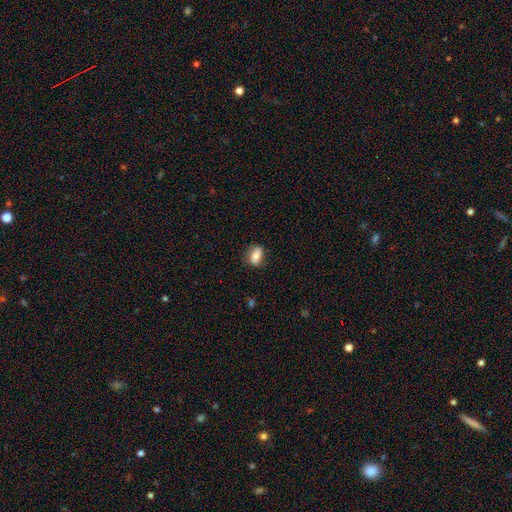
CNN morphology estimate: A smooth galaxy with no disk features (71%) that is in between round and cigar-shaped (79%).

Vote fractions:
- Smooth or featured? smooth: 71% / featured or disk: 21% / star or artifact: 8%
- How rounded? in between: 79% / round: 15% / cigar-shaped: 6%
- Merging? none: 77% / minor disturbance: 18% / major disturbance: 4% / merger: 1%